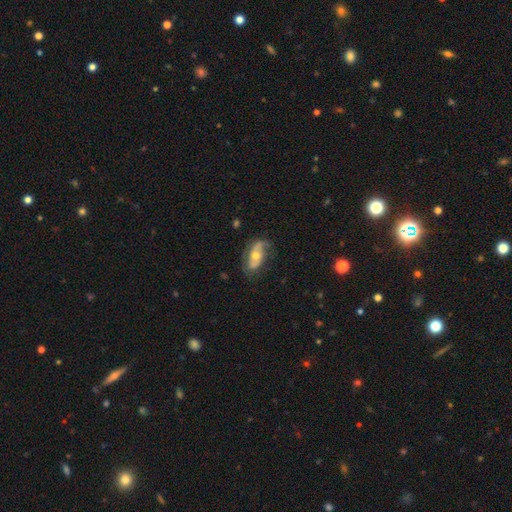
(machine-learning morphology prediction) This is likely a featured or disk galaxy (63%). It is clearly not viewed edge-on (89%). Bar: likely no (62%). Spiral arm pattern: likely yes (74%). Central bulge: likely moderate (68%). Merging: likely none (63%).